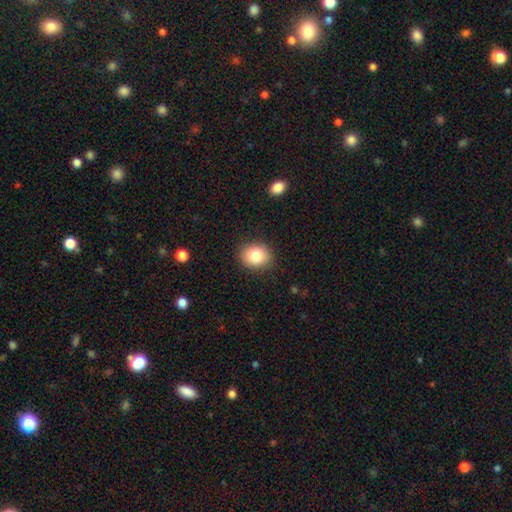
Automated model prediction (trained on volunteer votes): Smooth or featured: smooth — 84% (star or artifact — 9%)
How rounded: round — 55% (in between — 44%)
Merging: none — 87% (minor disturbance — 9%)